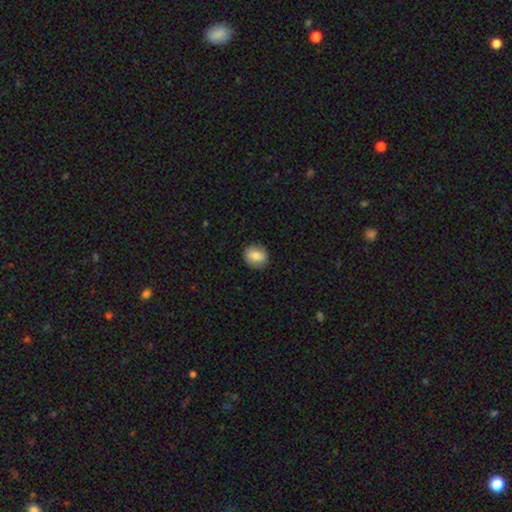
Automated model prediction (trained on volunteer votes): smooth 81%, featured or disk 12%, star or artifact 8%. Down the decision tree: how rounded — round (60%); merging — none (84%).